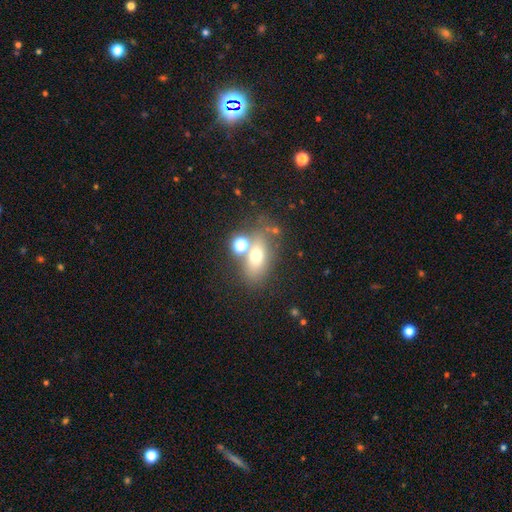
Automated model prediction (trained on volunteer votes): smooth 64%, featured or disk 21%, star or artifact 15%. Down the decision tree: how rounded — in between (71%); merging — none (56%).